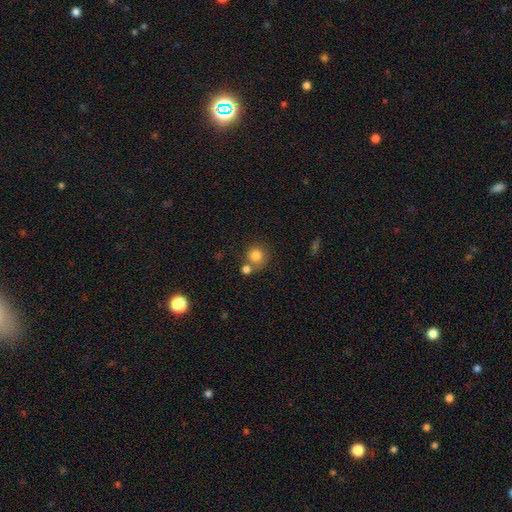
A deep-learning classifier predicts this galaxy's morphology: Q: Smooth or featured?
A: smooth (82%); runner-up: star or artifact (11%)
Q: How rounded?
A: round (90%); runner-up: in between (9%)
Q: Merging?
A: none (63%); runner-up: merger (24%)